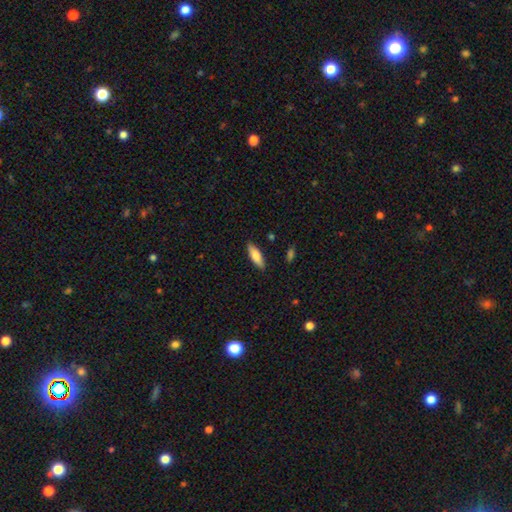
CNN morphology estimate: Q: Smooth or featured?
A: smooth (78%); runner-up: featured or disk (16%)
Q: How rounded?
A: in between (55%); runner-up: cigar-shaped (43%)
Q: Merging?
A: none (88%); runner-up: minor disturbance (9%)